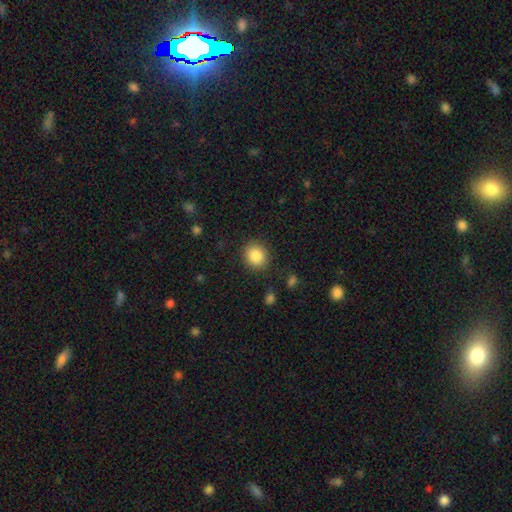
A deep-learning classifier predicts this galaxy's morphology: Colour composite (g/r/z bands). It shows a smooth galaxy with no disk features (86%) that is round (75%). Merging: none (87%).